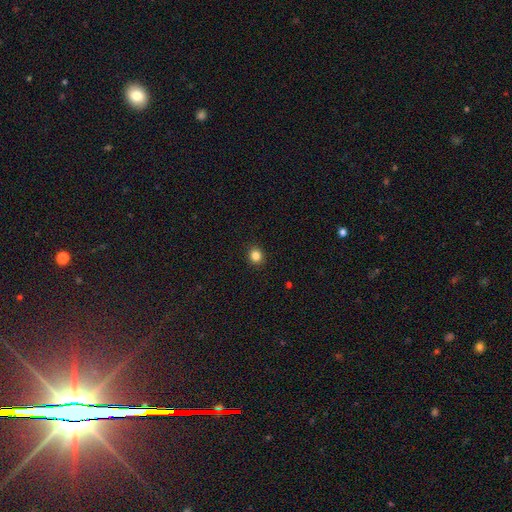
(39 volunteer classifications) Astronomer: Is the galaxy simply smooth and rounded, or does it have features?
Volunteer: smooth — 85%.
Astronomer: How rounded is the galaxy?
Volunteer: round — 85%.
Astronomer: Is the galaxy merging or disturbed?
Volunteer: none — 84%.